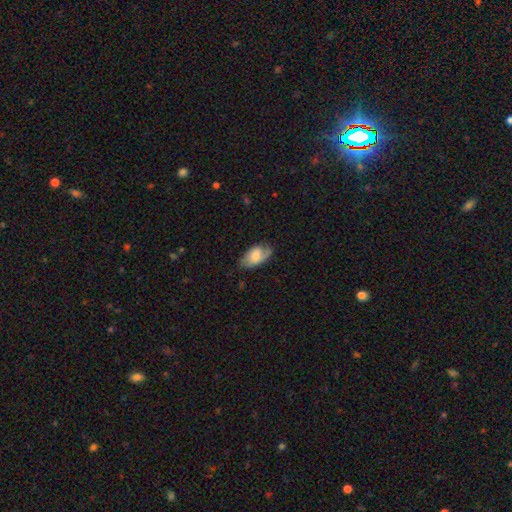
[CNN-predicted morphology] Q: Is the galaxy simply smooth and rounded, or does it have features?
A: smooth — 58%.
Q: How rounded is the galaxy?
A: in between — 93%.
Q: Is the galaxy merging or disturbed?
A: none — 65%.